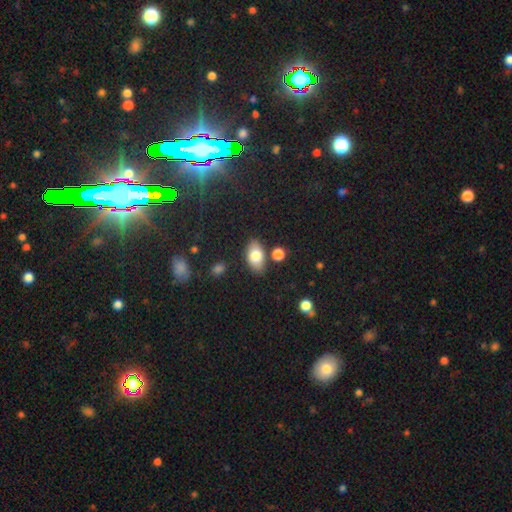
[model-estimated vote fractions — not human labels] Smooth or featured: smooth — 80% (featured or disk — 12%)
How rounded: in between — 91% (round — 7%)
Merging: none — 81% (minor disturbance — 11%)